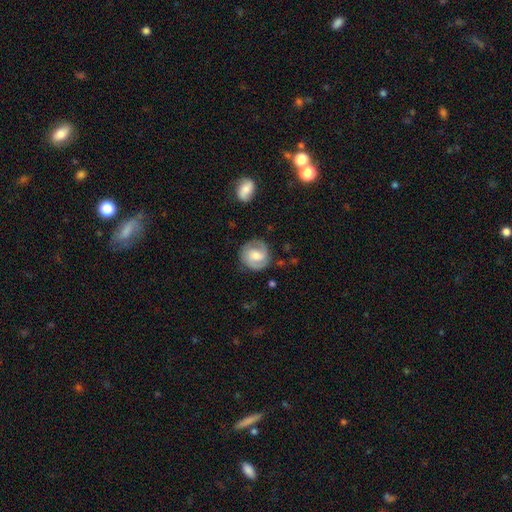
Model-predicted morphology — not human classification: featured or disk 65%, smooth 29%, star or artifact 6%. Down the decision tree: edge-on disk — no (97%); bar — weak (45%); spiral arms — yes (89%); spiral arm count — 2 (79%); spiral winding — tight (48%); bulge size — moderate (56%); merging — none (78%).